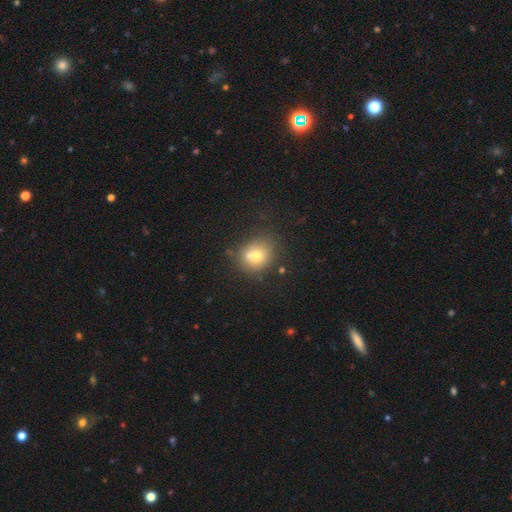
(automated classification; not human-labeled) A smooth galaxy with no disk features (68%) that is round (68%). Merging: none (55%).